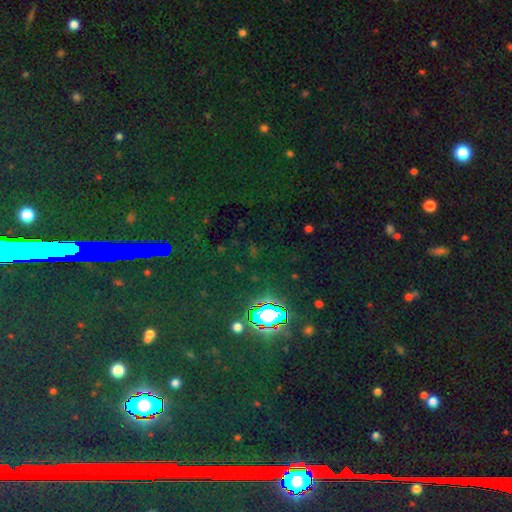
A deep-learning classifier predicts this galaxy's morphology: Overall: star or artifact (81%).